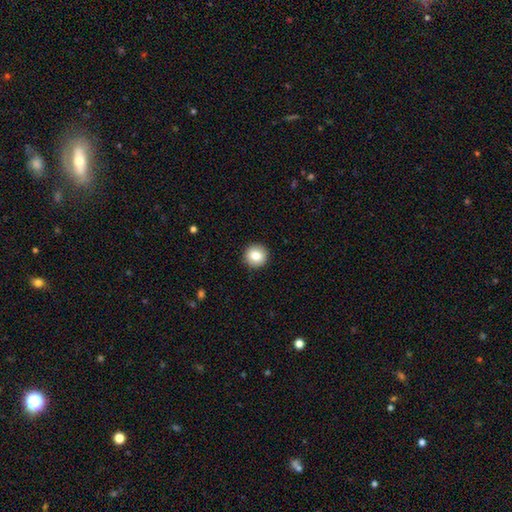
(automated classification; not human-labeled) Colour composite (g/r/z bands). It shows a smooth galaxy with no disk features (84%) that is round (94%). Merging: none (92%).